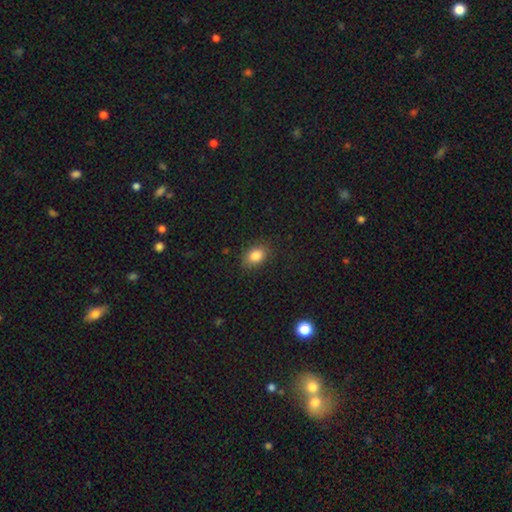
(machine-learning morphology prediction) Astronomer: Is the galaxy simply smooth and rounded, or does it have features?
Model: smooth — 84%.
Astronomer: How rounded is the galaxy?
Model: in between — 73%.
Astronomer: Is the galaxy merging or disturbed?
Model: none — 83%.